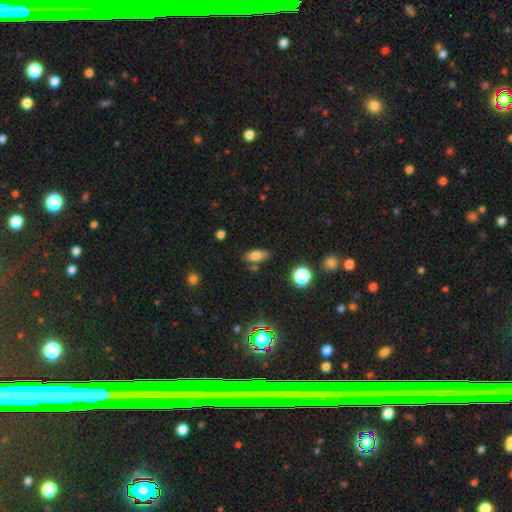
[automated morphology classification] This appears to be a smooth galaxy with no disk features (75%) that is in between round and cigar-shaped (83%). Merging: none (72%).